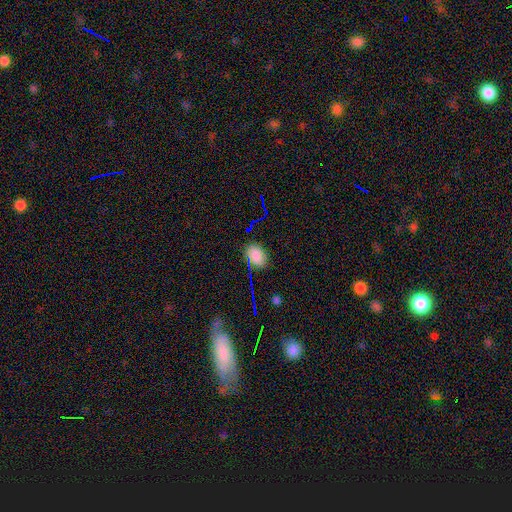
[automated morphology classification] smooth_or_featured: smooth (p=0.75) [alt: star or artifact p=0.17]
how_rounded: in between (p=0.74) [alt: round p=0.25]
merging: none (p=0.82) [alt: minor disturbance p=0.13]